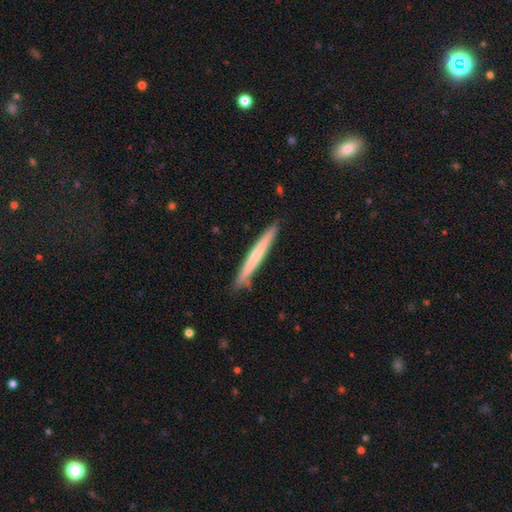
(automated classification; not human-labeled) Smooth or featured? smooth (53%)
How rounded? cigar-shaped (97%)
Merging? none (90%)